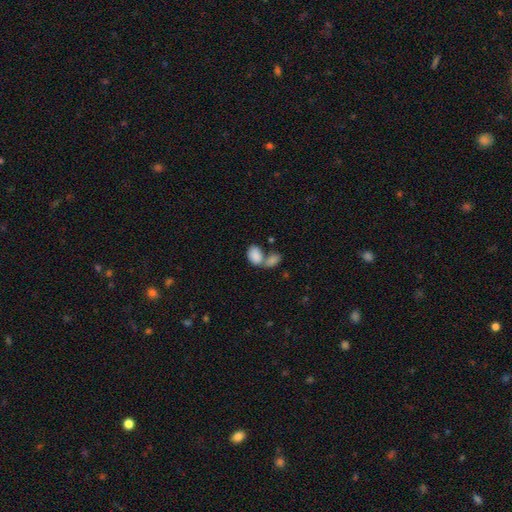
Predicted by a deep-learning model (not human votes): This is clearly a smooth galaxy (85%). How rounded: clearly in between (86%). Merging: possibly merger (59%).